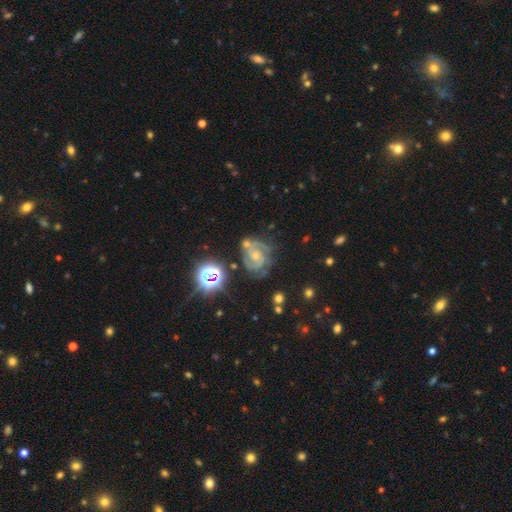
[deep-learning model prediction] smooth-or-featured: featured or disk: 79% | star or artifact: 12% | smooth: 9%
  disk-edge-on: no: 98% | yes: 2%
    bar: no: 64% | weak: 29% | strong: 7%
    has-spiral-arms: yes: 95% | no: 5%
      spiral-winding: tight: 52% | medium: 41% | loose: 8%
      spiral-arm-count: 2: 43% | 3: 28% | can't tell: 17% | 4: 5% | 1: 4% | more than 4: 4%
    bulge-size: moderate: 52% | small: 43% | large: 2% | none: 2% | dominant: 1%
  merging: none: 56% | minor disturbance: 23% | major disturbance: 12% | merger: 10%